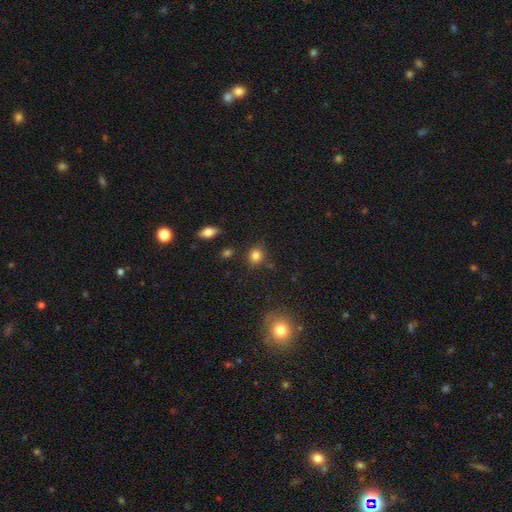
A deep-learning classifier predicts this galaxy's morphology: smooth_or_featured: smooth (p=0.83) [alt: star or artifact p=0.11]
how_rounded: round (p=0.75) [alt: in between p=0.23]
merging: none (p=0.79) [alt: minor disturbance p=0.14]